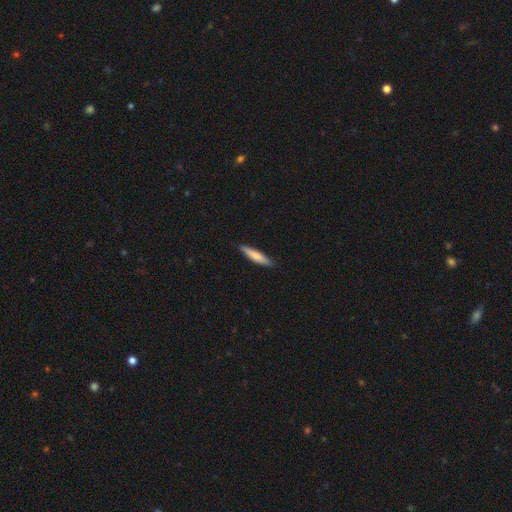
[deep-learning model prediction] Smooth or featured? Predicted: smooth (p=0.73). How rounded? Predicted: cigar-shaped (p=0.85). Merging? Predicted: none (p=0.88).